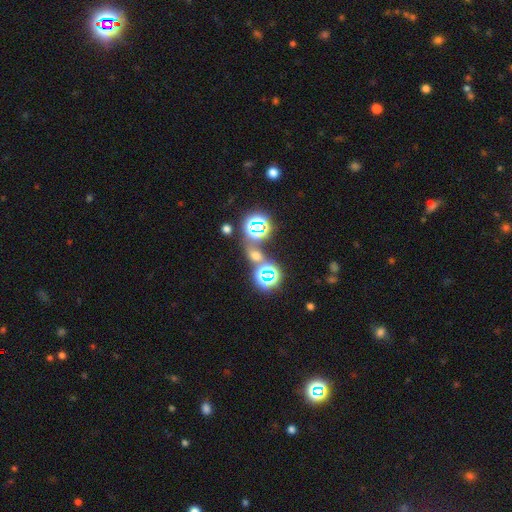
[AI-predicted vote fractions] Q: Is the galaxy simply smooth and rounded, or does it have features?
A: star or artifact — 56%.